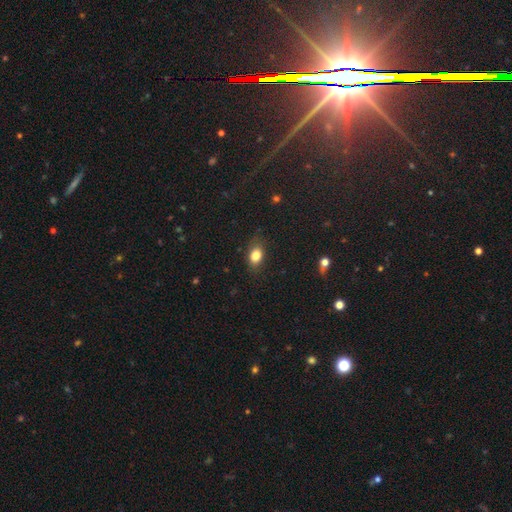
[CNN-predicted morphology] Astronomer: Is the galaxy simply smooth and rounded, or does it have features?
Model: smooth — 82%.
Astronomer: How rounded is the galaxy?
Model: in between — 78%.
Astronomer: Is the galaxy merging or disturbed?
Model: none — 79%.